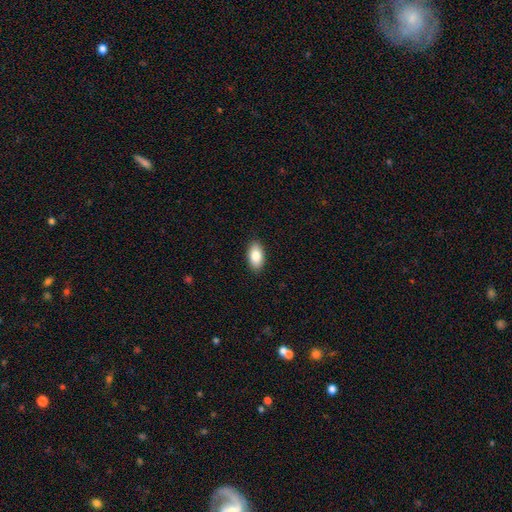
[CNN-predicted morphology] This appears to be a smooth galaxy with no disk features (85%) that is in between round and cigar-shaped (94%). Merging: none (89%).